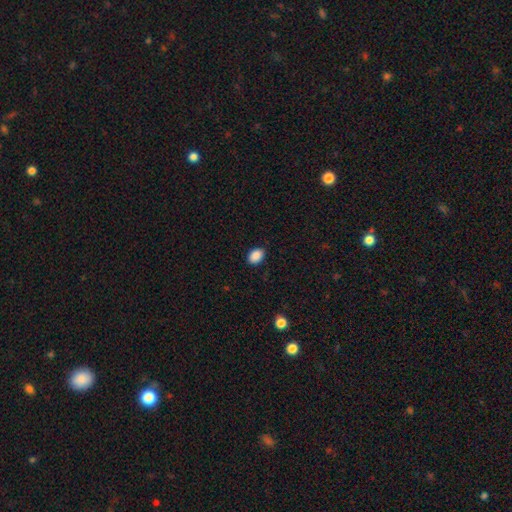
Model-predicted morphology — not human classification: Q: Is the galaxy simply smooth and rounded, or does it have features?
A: smooth — 89%.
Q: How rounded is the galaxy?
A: in between — 75%.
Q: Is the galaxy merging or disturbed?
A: none — 88%.